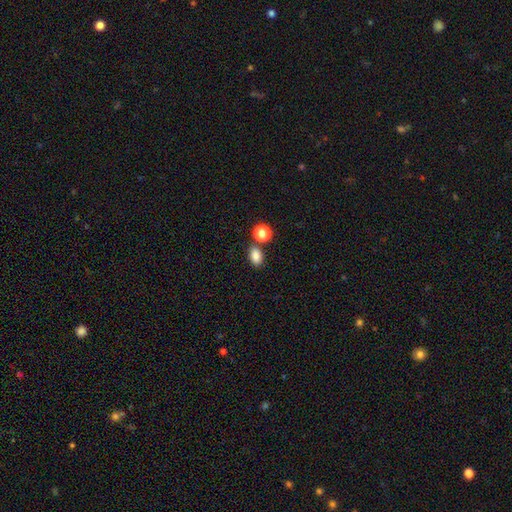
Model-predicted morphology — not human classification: Overall: smooth (84%). How rounded: in between (80%). Merging: none (71%).